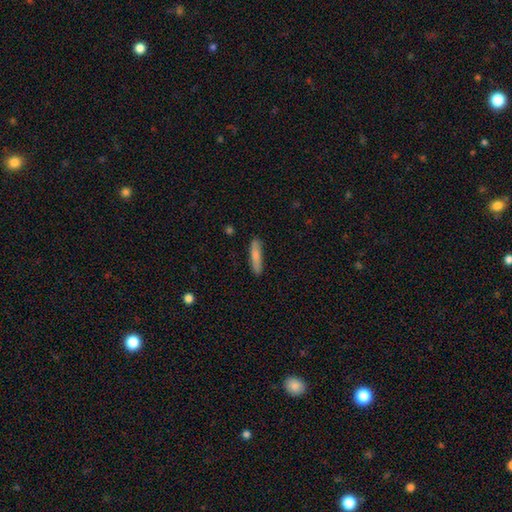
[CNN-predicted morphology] Smooth or featured? smooth (77%)
How rounded? cigar-shaped (84%)
Merging? none (84%)